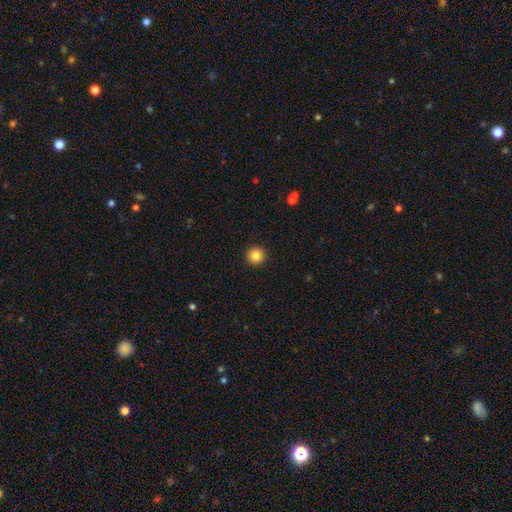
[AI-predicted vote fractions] Morphology: type=smooth (85%); roundness=round (95%); merging=none (93%).